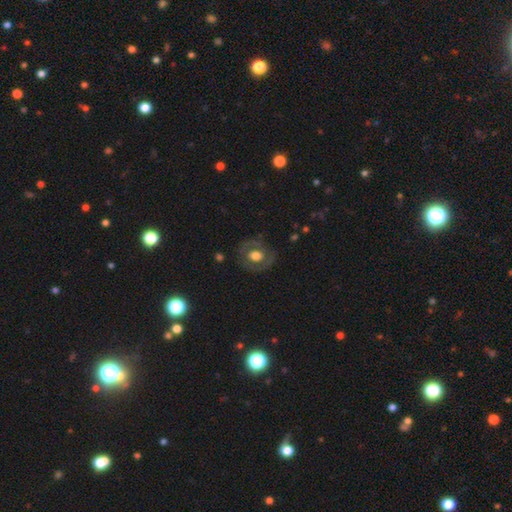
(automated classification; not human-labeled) Morphology: type=smooth (47%); merging=none (78%).